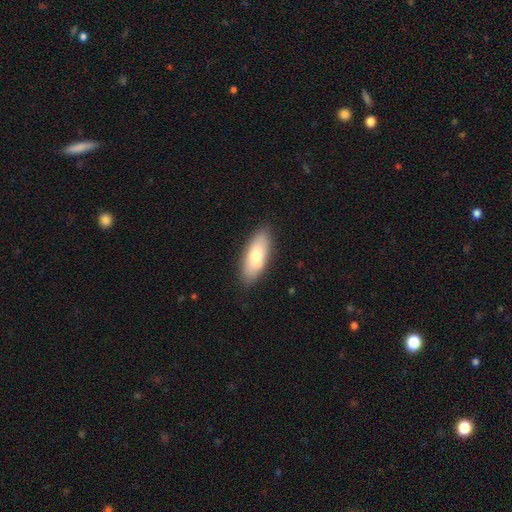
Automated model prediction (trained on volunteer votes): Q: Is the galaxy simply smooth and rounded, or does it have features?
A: smooth — 68%.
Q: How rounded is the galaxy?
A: in between — 77%.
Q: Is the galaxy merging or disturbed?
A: none — 79%.